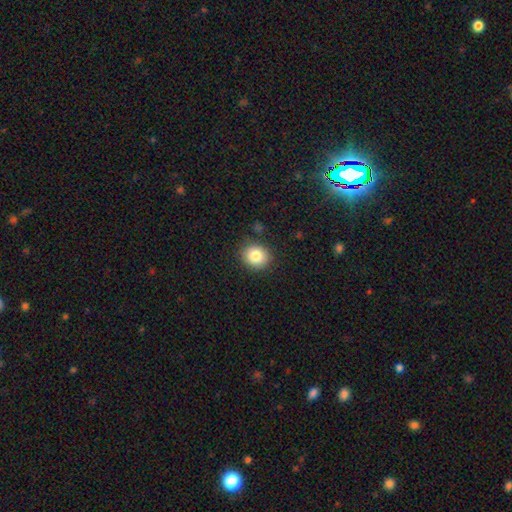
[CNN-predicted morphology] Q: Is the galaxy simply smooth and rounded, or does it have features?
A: smooth — 83%.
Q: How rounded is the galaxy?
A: round — 76%.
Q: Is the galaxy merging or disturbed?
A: none — 87%.